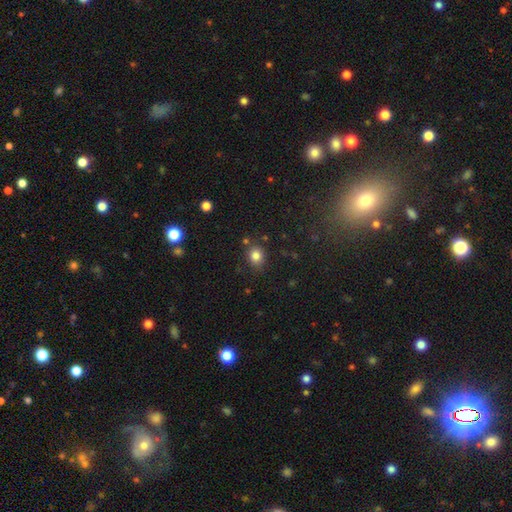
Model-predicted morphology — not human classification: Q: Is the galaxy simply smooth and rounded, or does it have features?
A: smooth — 82%.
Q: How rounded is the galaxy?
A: round — 66%.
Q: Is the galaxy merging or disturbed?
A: none — 79%.